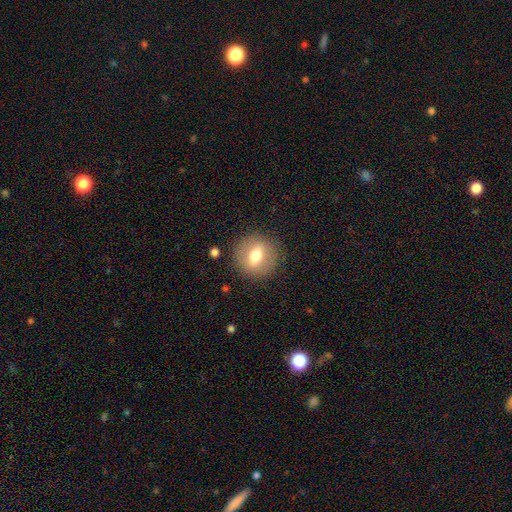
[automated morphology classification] smooth-or-featured: smooth: 63% | featured or disk: 29% | star or artifact: 9%
  how-rounded: round: 80% | in between: 19% | cigar-shaped: 2%
  merging: none: 86% | minor disturbance: 9% | major disturbance: 4% | merger: 1%